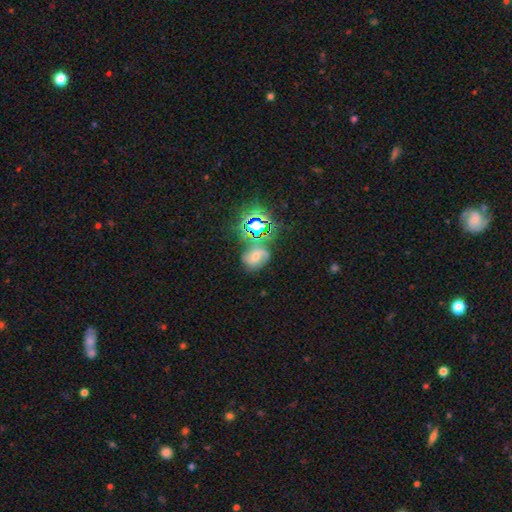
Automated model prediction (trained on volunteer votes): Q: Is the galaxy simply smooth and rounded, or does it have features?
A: featured or disk — 49%.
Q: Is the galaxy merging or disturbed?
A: none — 54%.